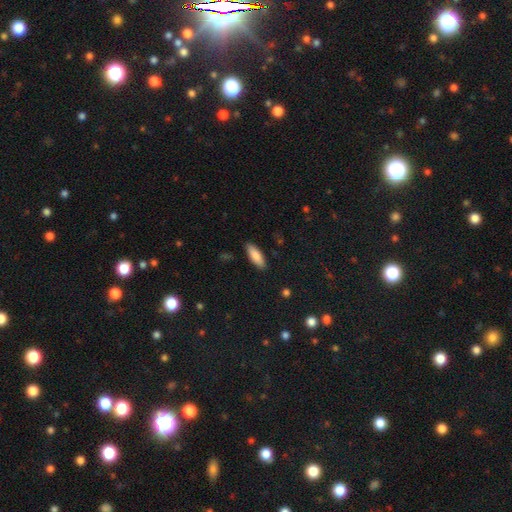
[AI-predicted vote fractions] smooth 85%, featured or disk 9%, star or artifact 6%. Down the decision tree: how rounded — in between (64%); merging — none (88%).